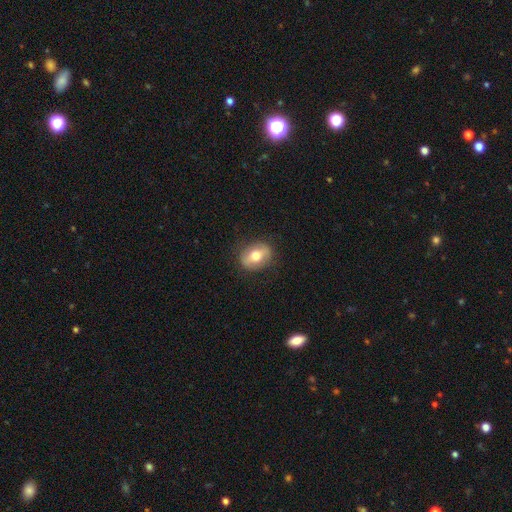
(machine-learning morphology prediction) A smooth galaxy with no disk features (59%) that is in between round and cigar-shaped (62%).

Vote fractions:
- Smooth or featured? smooth: 59% / featured or disk: 34% / star or artifact: 7%
- How rounded? in between: 62% / round: 36% / cigar-shaped: 2%
- Merging? none: 83% / minor disturbance: 12% / major disturbance: 4% / merger: 1%